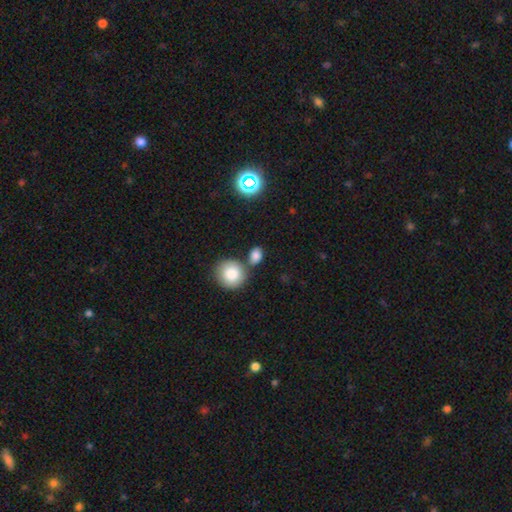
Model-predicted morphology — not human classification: smooth-or-featured: smooth: 81% | star or artifact: 12% | featured or disk: 7%
  how-rounded: in between: 54% | round: 44% | cigar-shaped: 2%
  merging: none: 58% | merger: 25% | minor disturbance: 13% | major disturbance: 5%